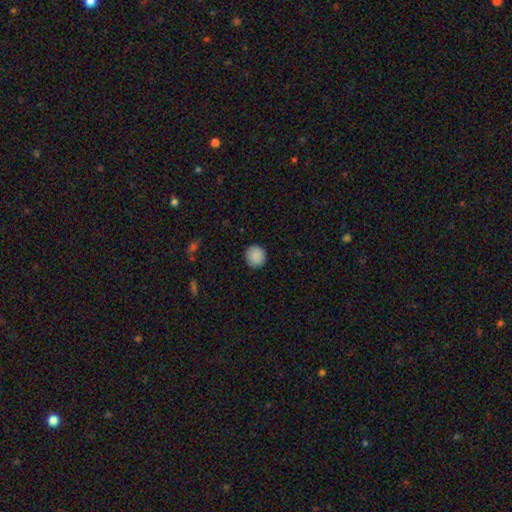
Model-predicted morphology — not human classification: type=smooth (89%); roundness=round (88%); merging=none (91%).